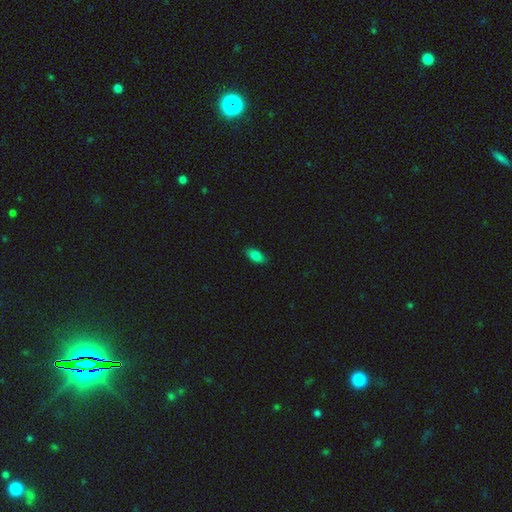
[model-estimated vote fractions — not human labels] Morphology: type=smooth (84%); roundness=in between (89%); merging=none (86%).